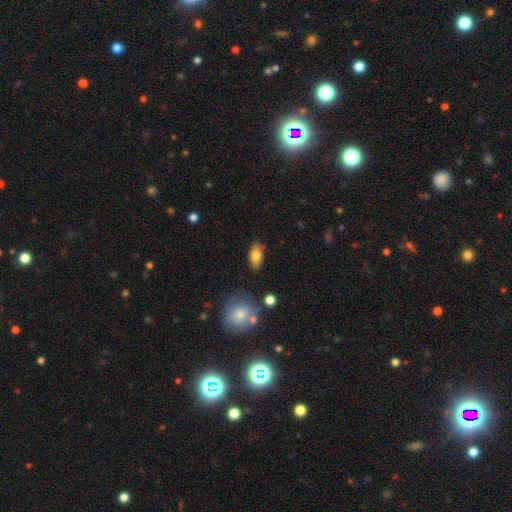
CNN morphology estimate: A smooth galaxy with no disk features (79%) that is in between round and cigar-shaped (86%). Merging: none (84%).